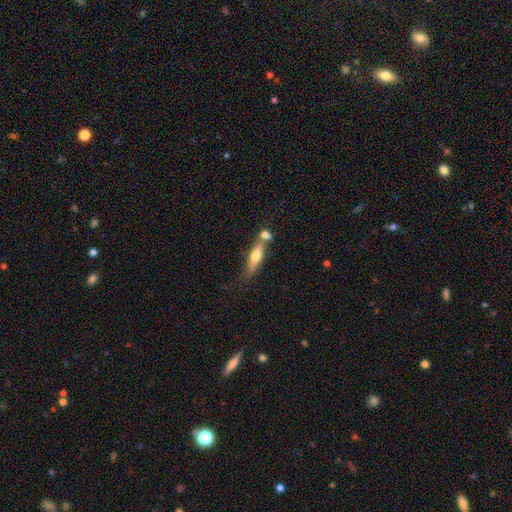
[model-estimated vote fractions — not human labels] Morphology: type=smooth (60%); roundness=cigar-shaped (59%); merging=none (44%).